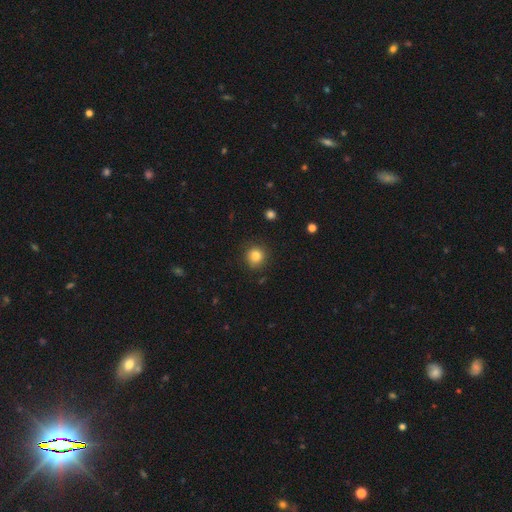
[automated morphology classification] This is clearly a smooth galaxy (83%). How rounded: clearly round (91%). Merging: clearly none (87%).